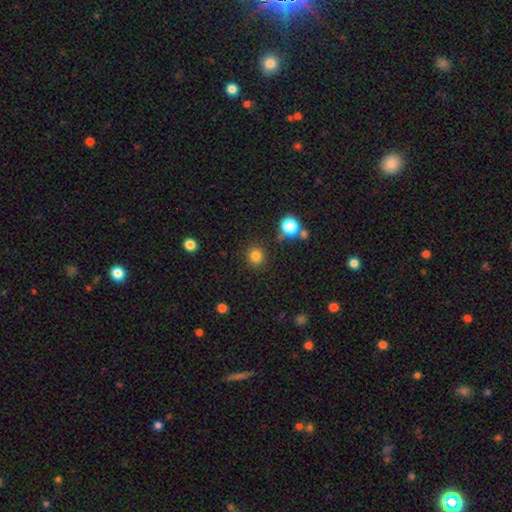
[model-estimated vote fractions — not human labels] Smooth or featured: smooth — 81% (star or artifact — 14%)
How rounded: round — 86% (in between — 13%)
Merging: none — 86% (minor disturbance — 8%)